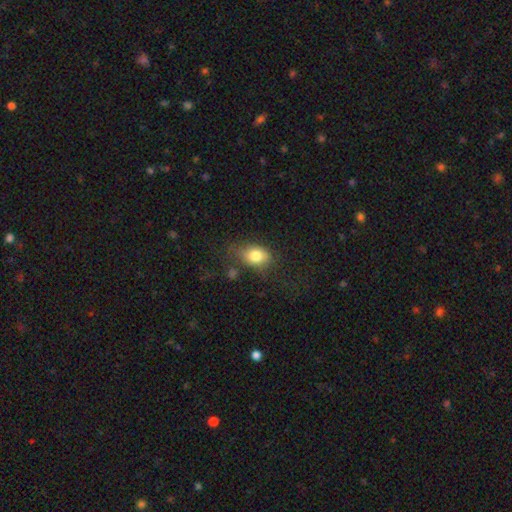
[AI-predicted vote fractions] Smooth or featured?
  - smooth: 81% *
  - featured or disk: 10%
  - star or artifact: 9%
How rounded?
  - in between: 75% *
  - round: 23%
  - cigar-shaped: 2%
Merging?
  - none: 60% *
  - minor disturbance: 25%
  - major disturbance: 11%
  - merger: 4%